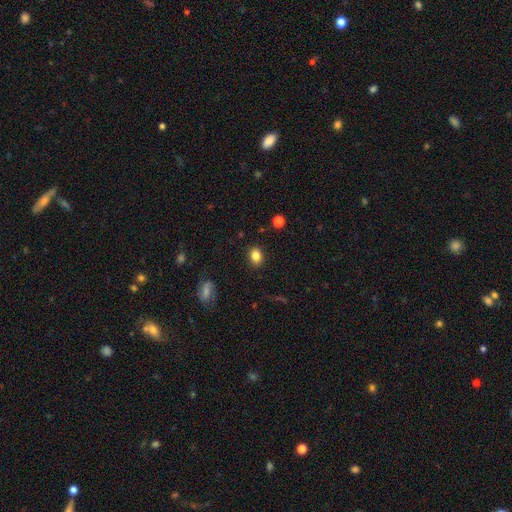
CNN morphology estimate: type=smooth (83%); roundness=in between (58%); merging=none (88%).